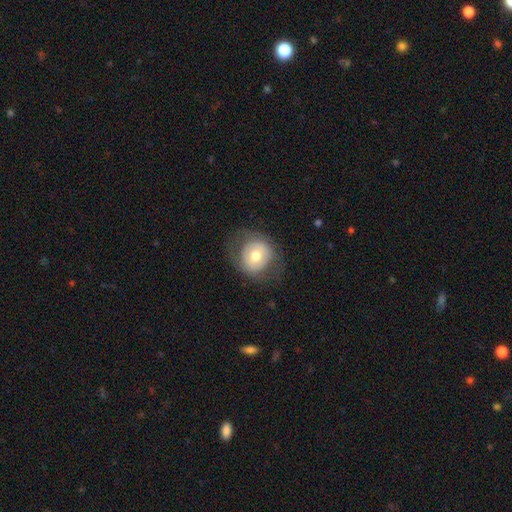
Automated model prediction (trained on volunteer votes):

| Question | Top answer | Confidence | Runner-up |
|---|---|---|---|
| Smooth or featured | smooth | 60% | featured or disk (32%) |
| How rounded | round | 82% | in between (17%) |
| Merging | none | 73% | minor disturbance (16%) |